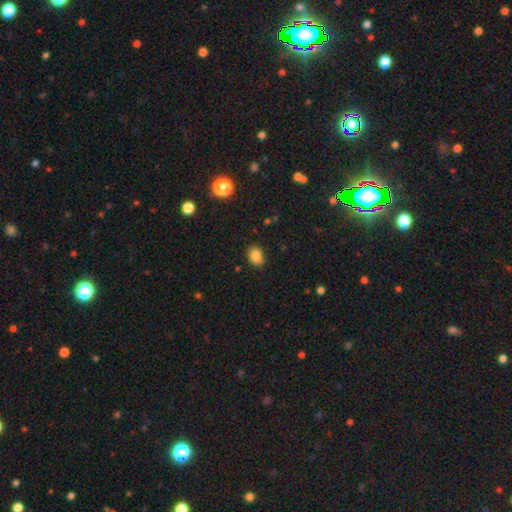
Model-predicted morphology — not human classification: A smooth galaxy with no disk features (84%) that is in between round and cigar-shaped (66%).

Vote fractions:
- Smooth or featured? smooth: 84% / star or artifact: 11% / featured or disk: 5%
- How rounded? in between: 66% / round: 33% / cigar-shaped: 1%
- Merging? none: 82% / minor disturbance: 14% / major disturbance: 3% / merger: 2%